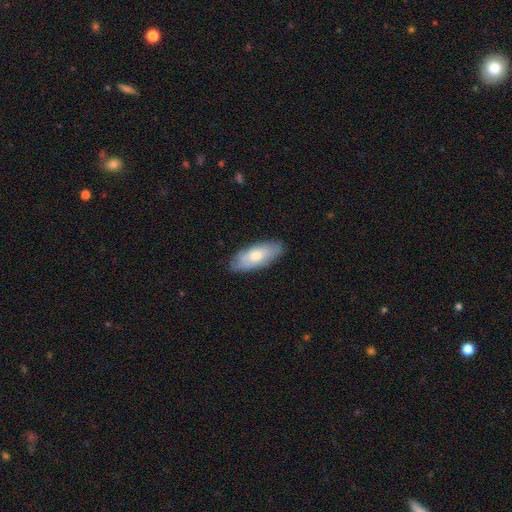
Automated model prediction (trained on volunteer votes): smooth 65%, featured or disk 29%, star or artifact 6%. Down the decision tree: how rounded — in between (78%); merging — none (83%).